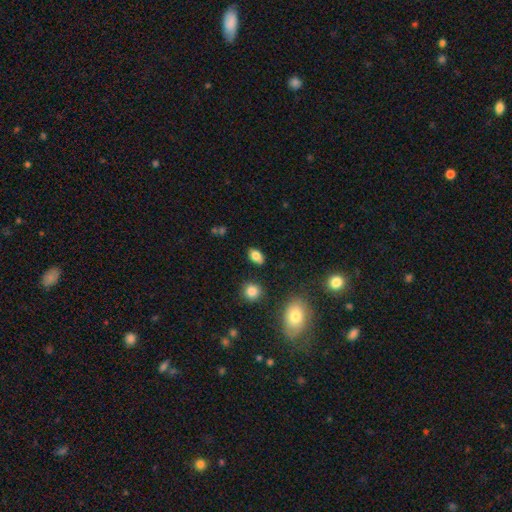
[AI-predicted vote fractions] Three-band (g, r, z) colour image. It shows a smooth galaxy with no disk features (81%) that is in between round and cigar-shaped (85%). Merging: none (81%).